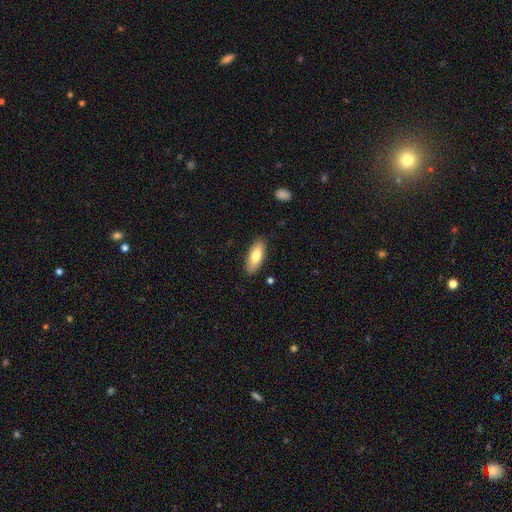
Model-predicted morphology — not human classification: Smooth or featured: smooth — 78% (featured or disk — 16%)
How rounded: in between — 75% (cigar-shaped — 23%)
Merging: none — 86% (minor disturbance — 10%)